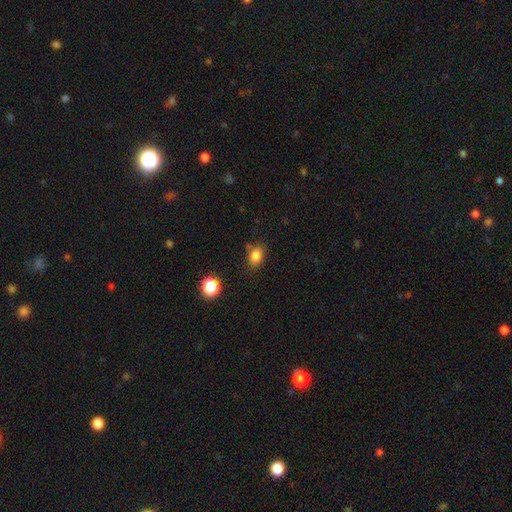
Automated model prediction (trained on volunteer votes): This is clearly a smooth galaxy (82%). How rounded: likely in between (64%). Merging: likely none (74%).